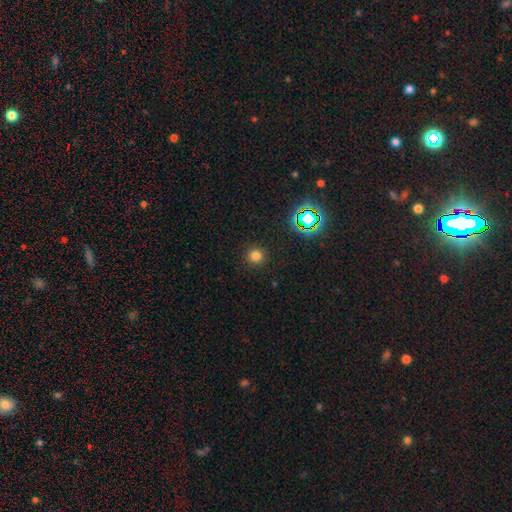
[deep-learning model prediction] A smooth galaxy with no disk features (77%) that is round (95%). Merging: none (91%).